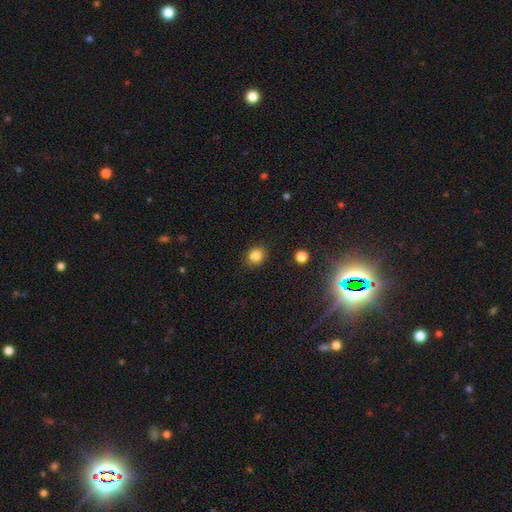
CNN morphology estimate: smooth 84%, star or artifact 11%, featured or disk 5%. Down the decision tree: how rounded — round (74%); merging — none (86%).